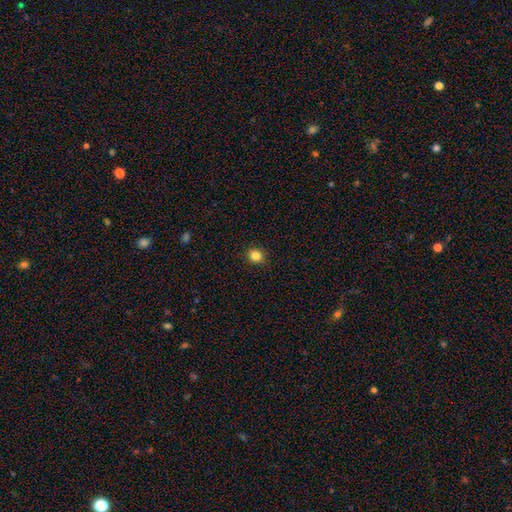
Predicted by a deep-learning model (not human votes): Smooth or featured: smooth — 84% (star or artifact — 12%)
How rounded: round — 76% (in between — 23%)
Merging: none — 90% (minor disturbance — 7%)